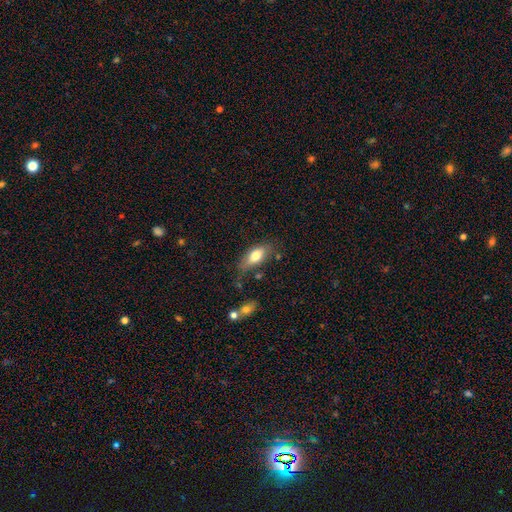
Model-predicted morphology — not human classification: Smooth or featured: smooth — 75% (featured or disk — 18%)
How rounded: in between — 80% (cigar-shaped — 16%)
Merging: none — 65% (minor disturbance — 23%)